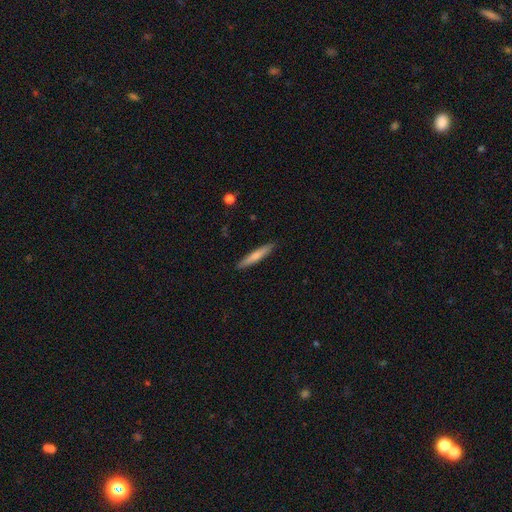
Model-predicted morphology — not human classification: This appears to be a smooth galaxy with no disk features (71%) that is cigar-shaped (93%). Merging: none (90%).